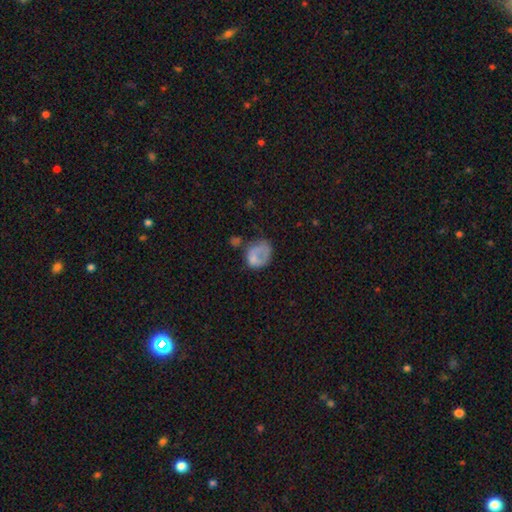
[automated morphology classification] Smooth or featured: smooth — 64% (featured or disk — 25%)
How rounded: in between — 55% (round — 44%)
Merging: none — 33% (major disturbance — 32%)